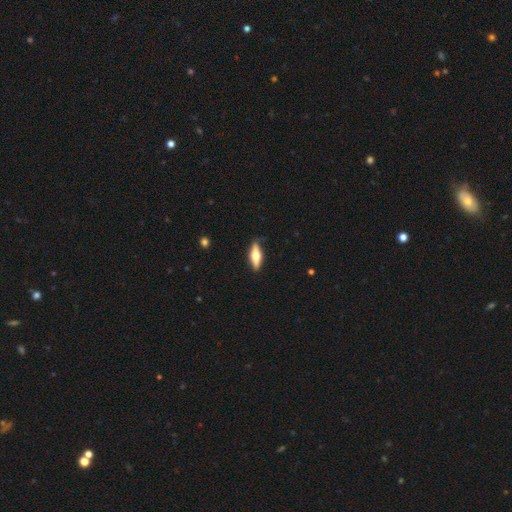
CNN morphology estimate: smooth-or-featured: smooth: 47% (tied) | featured or disk: 47% (tied) | star or artifact: 6%
  merging: none: 83% | minor disturbance: 13% | major disturbance: 3% | merger: 1%